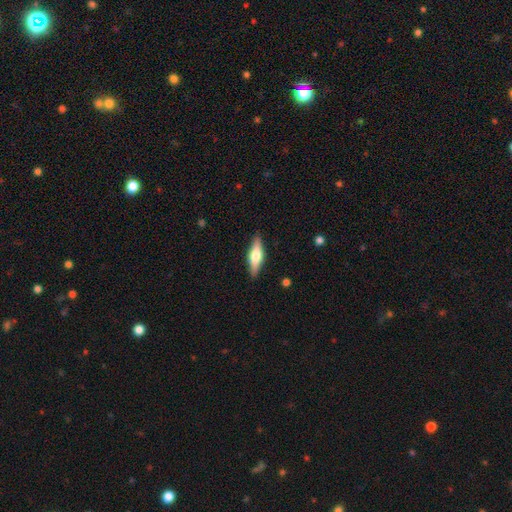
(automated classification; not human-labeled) Smooth or featured? Predicted: featured or disk (p=0.47, tied with smooth). Merging? Predicted: none (p=0.88).